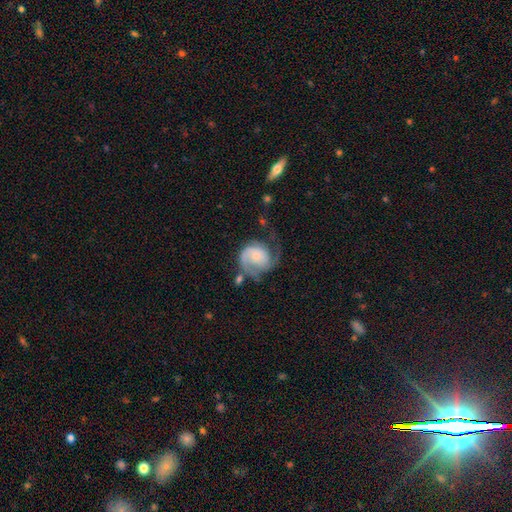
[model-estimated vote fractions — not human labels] Smooth or featured? Predicted: featured or disk (p=0.75). Edge-on disk? Predicted: no (p=0.98). Bar? Predicted: no (p=0.71). Spiral arms? Predicted: yes (p=0.93). Spiral winding? Predicted: medium (p=0.41). Spiral arm count? Predicted: 2 (p=0.53). Bulge size? Predicted: small (p=0.53). Merging? Predicted: none (p=0.44).